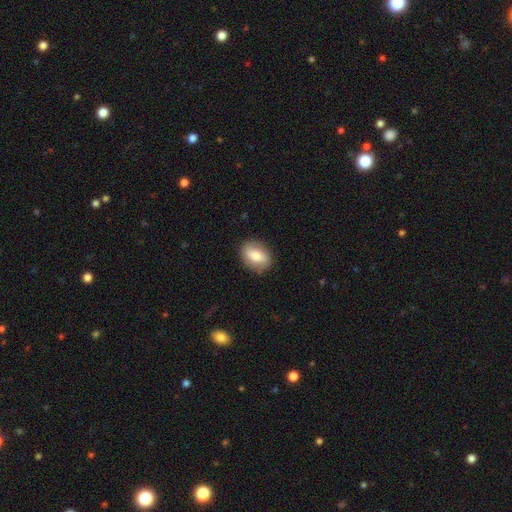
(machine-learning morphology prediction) This is likely a smooth galaxy (73%). How rounded: likely in between (76%). Merging: clearly none (86%).